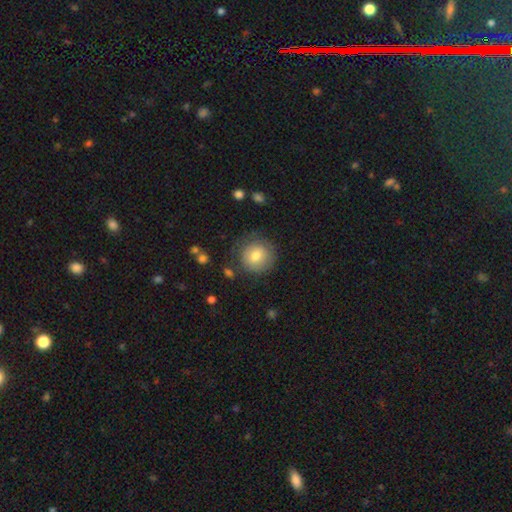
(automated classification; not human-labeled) Overall: smooth (74%). How rounded: round (90%). Merging: none (76%).